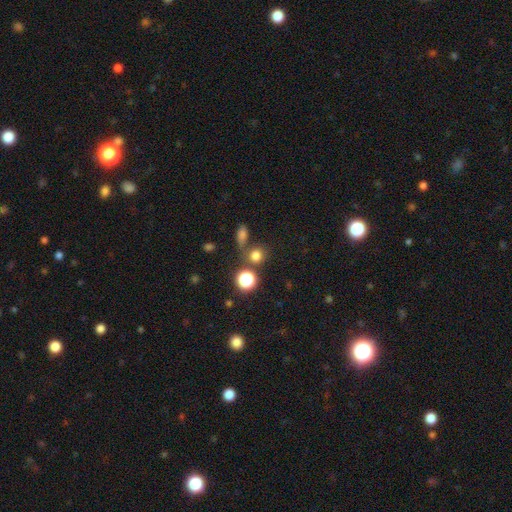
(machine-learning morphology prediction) smooth_or_featured: smooth (p=0.73) [alt: star or artifact p=0.21]
how_rounded: round (p=0.83) [alt: in between p=0.16]
merging: none (p=0.64) [alt: merger p=0.20]